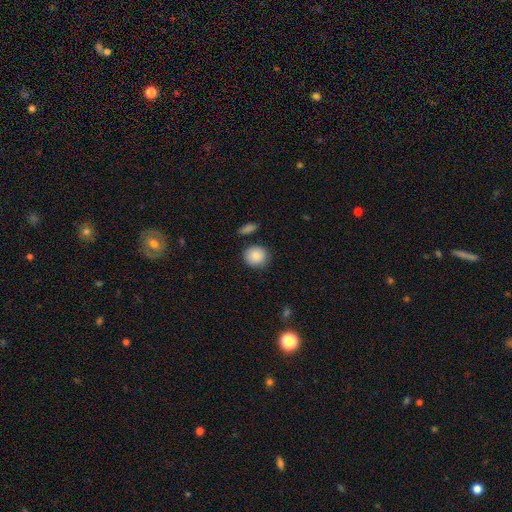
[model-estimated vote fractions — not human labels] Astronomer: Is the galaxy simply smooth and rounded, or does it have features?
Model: smooth — 86%.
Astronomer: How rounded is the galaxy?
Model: round — 84%.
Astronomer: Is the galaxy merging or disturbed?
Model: none — 83%.